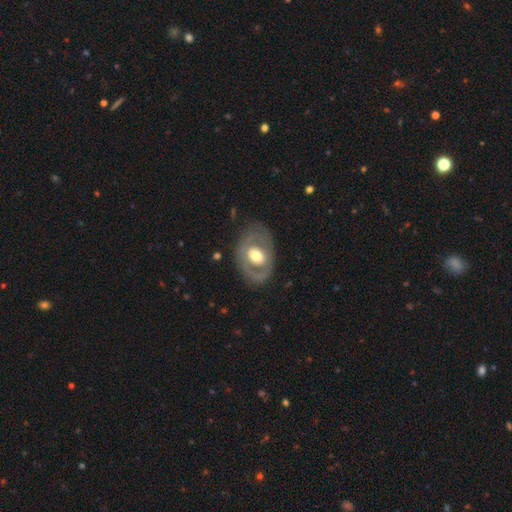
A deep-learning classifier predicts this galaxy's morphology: smooth-or-featured: featured or disk: 60% | smooth: 35% | star or artifact: 5%
  disk-edge-on: no: 93% | yes: 7%
    bar: no: 72% | weak: 20% | strong: 8%
    has-spiral-arms: no: 71% | yes: 29%
    bulge-size: moderate: 62% | large: 27% | small: 8% | dominant: 2% | none: 1%
  merging: none: 72% | minor disturbance: 17% | major disturbance: 10% | merger: 1%